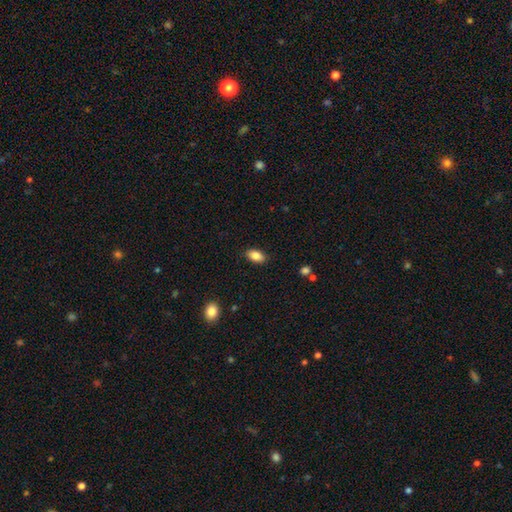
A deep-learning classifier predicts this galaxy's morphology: smooth_or_featured: smooth (p=0.86) [alt: star or artifact p=0.08]
how_rounded: in between (p=0.91) [alt: round p=0.06]
merging: none (p=0.87) [alt: minor disturbance p=0.09]